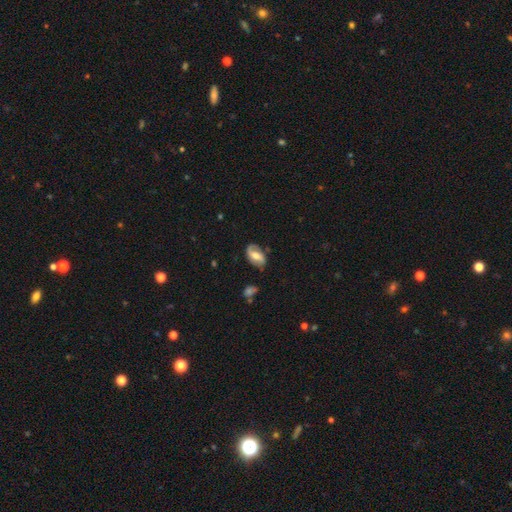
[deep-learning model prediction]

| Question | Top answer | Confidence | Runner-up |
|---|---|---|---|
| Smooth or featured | featured or disk | 64% | smooth (30%) |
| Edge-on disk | no | 95% | yes (5%) |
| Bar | weak | 41% | strong (31%) |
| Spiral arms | yes | 84% | no (16%) |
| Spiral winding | medium | 40% | loose (36%) |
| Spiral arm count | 2 | 83% | can't tell (8%) |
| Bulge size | moderate | 60% | small (20%) |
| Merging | none | 71% | minor disturbance (20%) |